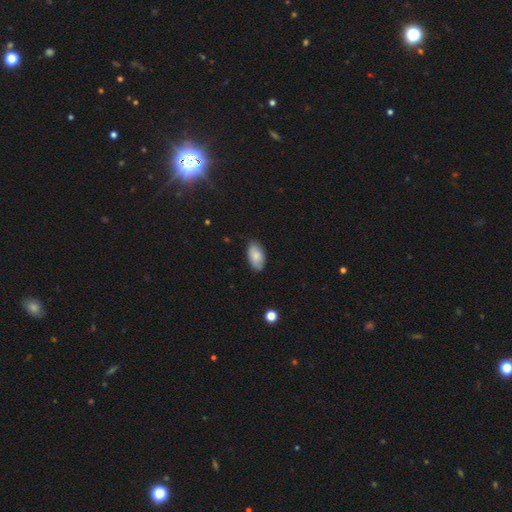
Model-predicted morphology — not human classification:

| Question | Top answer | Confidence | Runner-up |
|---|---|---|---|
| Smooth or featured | smooth | 82% | featured or disk (11%) |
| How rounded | in between | 94% | round (4%) |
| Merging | none | 81% | minor disturbance (15%) |